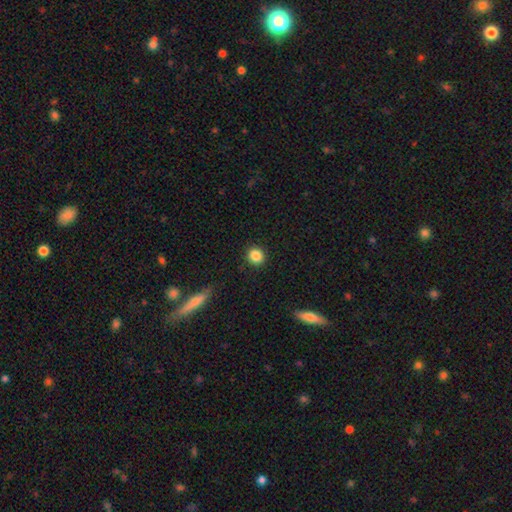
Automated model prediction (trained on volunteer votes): This is clearly a smooth galaxy (86%). How rounded: clearly round (86%). Merging: clearly none (91%).